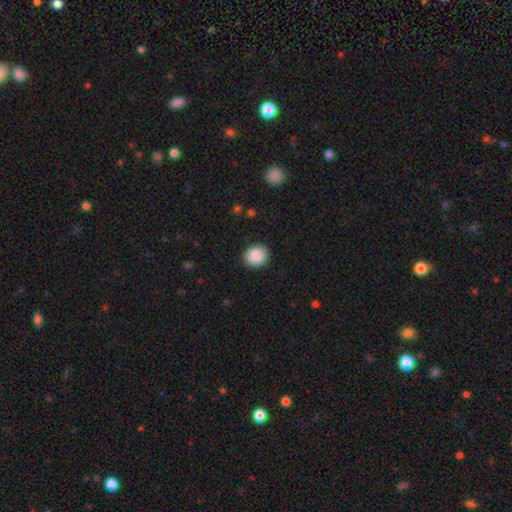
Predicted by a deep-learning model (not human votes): Q: Smooth or featured?
A: smooth (87%); runner-up: star or artifact (7%)
Q: How rounded?
A: round (78%); runner-up: in between (21%)
Q: Merging?
A: none (90%); runner-up: minor disturbance (7%)